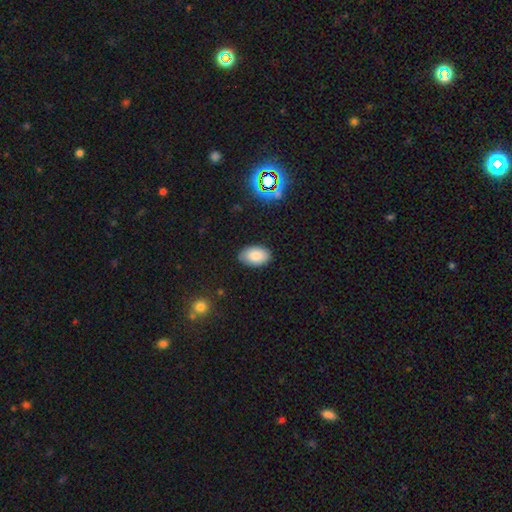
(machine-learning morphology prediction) Smooth or featured? smooth (85%)
How rounded? in between (92%)
Merging? none (86%)